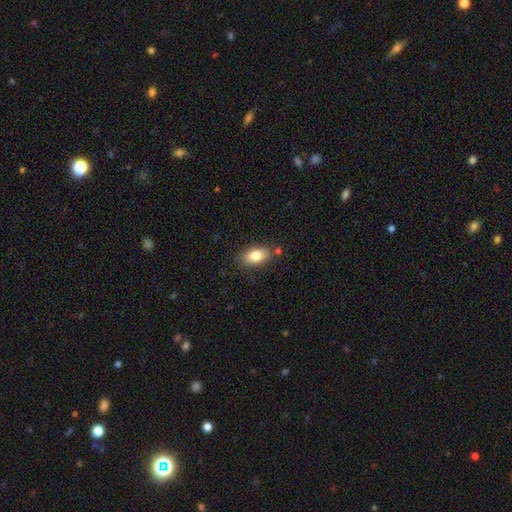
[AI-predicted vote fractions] Smooth or featured?
  - smooth: 81% *
  - featured or disk: 11%
  - star or artifact: 8%
How rounded?
  - in between: 90% *
  - round: 6%
  - cigar-shaped: 4%
Merging?
  - none: 81% *
  - minor disturbance: 12%
  - merger: 5%
  - major disturbance: 3%